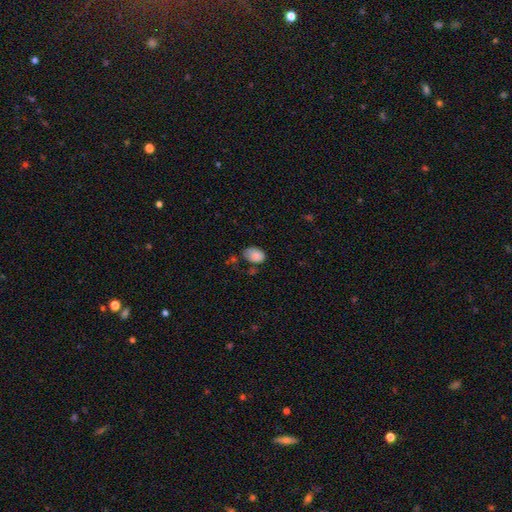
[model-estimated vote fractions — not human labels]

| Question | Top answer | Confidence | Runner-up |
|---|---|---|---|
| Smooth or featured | smooth | 84% | featured or disk (9%) |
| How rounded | in between | 84% | round (15%) |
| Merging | none | 53% | minor disturbance (31%) |